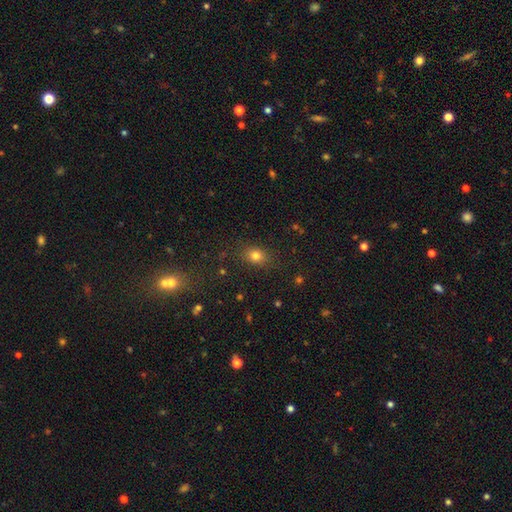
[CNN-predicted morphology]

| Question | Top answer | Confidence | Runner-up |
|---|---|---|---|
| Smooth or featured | smooth | 78% | star or artifact (14%) |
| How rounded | in between | 56% | round (43%) |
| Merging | none | 84% | minor disturbance (11%) |